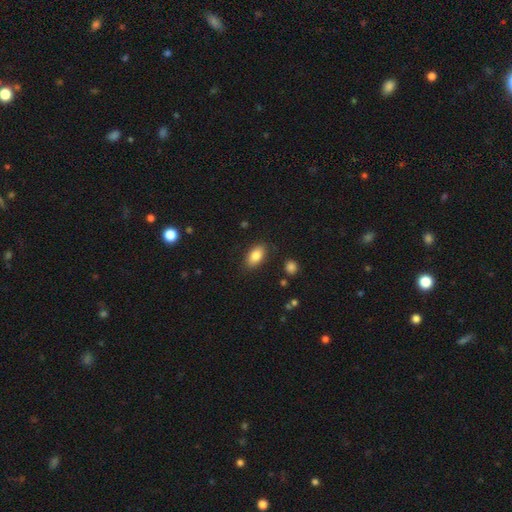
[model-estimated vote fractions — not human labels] smooth-or-featured: smooth: 84% | featured or disk: 9% | star or artifact: 7%
  how-rounded: in between: 91% | round: 5% | cigar-shaped: 4%
  merging: none: 84% | minor disturbance: 11% | major disturbance: 3% | merger: 2%